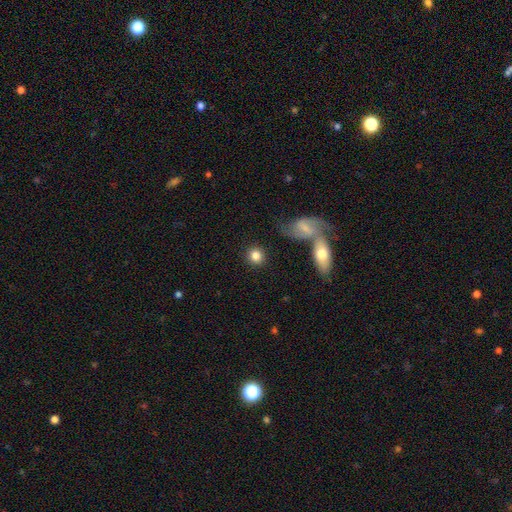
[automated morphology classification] smooth 83%, featured or disk 9%, star or artifact 8%. Down the decision tree: how rounded — round (87%); merging — none (81%).